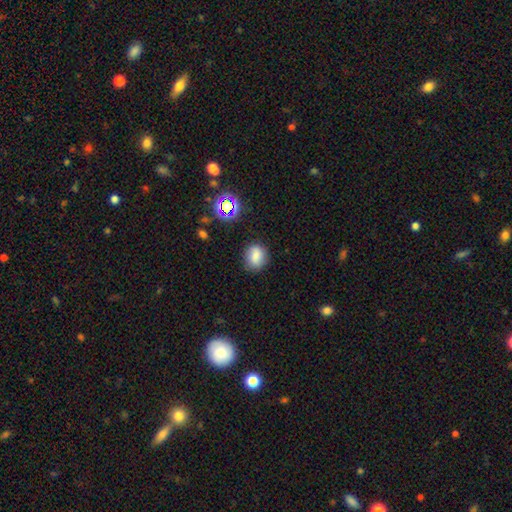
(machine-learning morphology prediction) Smooth or featured: smooth — 77% (star or artifact — 13%)
How rounded: round — 61% (in between — 38%)
Merging: none — 79% (minor disturbance — 16%)